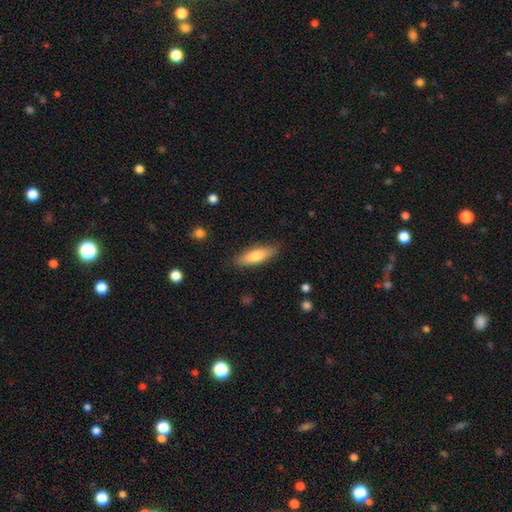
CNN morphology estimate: This is likely a smooth galaxy (71%). How rounded: possibly cigar-shaped (51%). Merging: clearly none (86%).